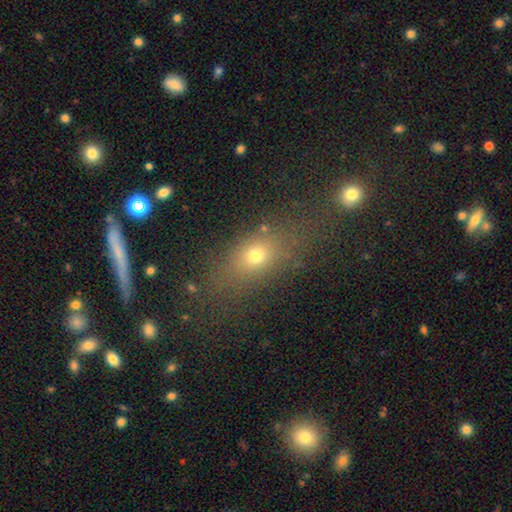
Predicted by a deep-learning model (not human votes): smooth 66%, star or artifact 19%, featured or disk 14%. Down the decision tree: how rounded — in between (59%); merging — none (68%).